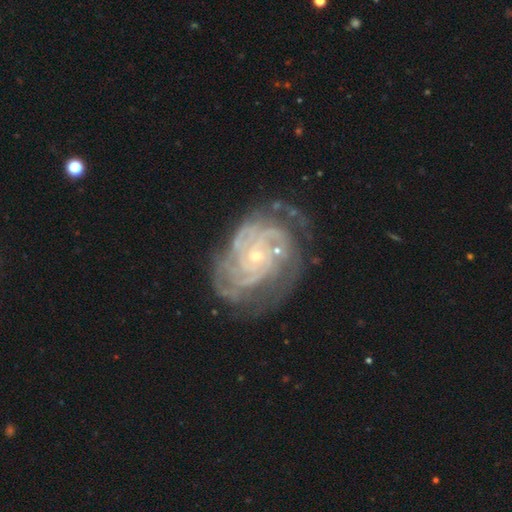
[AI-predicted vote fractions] The model was most divided on "spiral arm count": can't tell: 29%, 4: 22%, 3: 18%, 2: 14%, more than 4: 11%, 1: 7%. More confident: edge-on disk — no (97%); spiral arms — yes (96%); smooth or featured — featured or disk (89%); bulge size — small (82%); bar — no (76%); spiral winding — tight (73%); merging — none (64%).